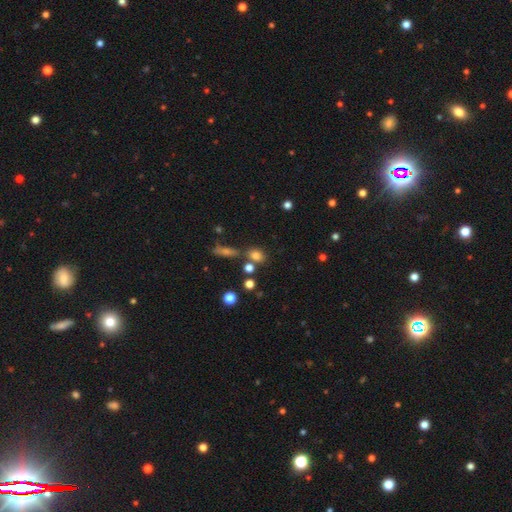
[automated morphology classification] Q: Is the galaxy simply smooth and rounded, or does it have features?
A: smooth — 76%.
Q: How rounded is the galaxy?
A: in between — 58%.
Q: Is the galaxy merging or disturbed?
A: none — 63%.